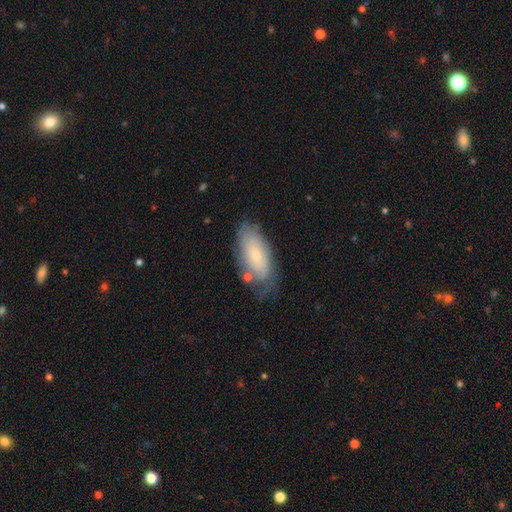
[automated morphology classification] type=smooth (56%); roundness=in between (87%); merging=none (60%).